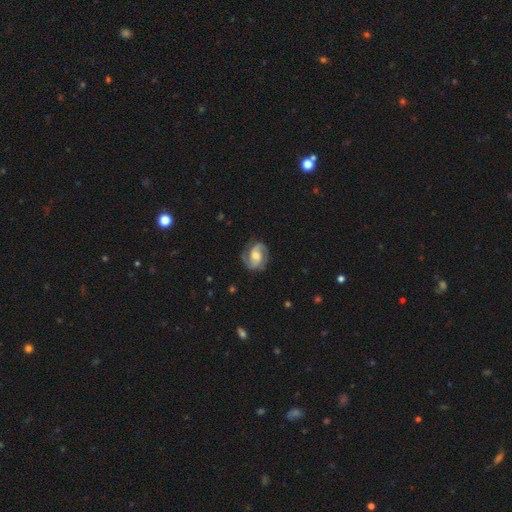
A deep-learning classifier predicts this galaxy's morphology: featured or disk 87%, smooth 8%, star or artifact 5%. Down the decision tree: edge-on disk — no (98%); bar — no (46%); spiral arms — yes (97%); spiral arm count — 2 (90%); spiral winding — medium (54%); bulge size — moderate (62%); merging — none (80%).